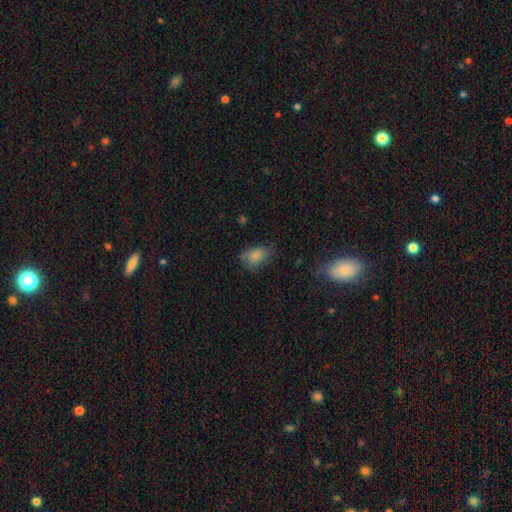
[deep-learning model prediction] smooth 78%, featured or disk 12%, star or artifact 10%. Down the decision tree: how rounded — in between (78%); merging — none (56%).